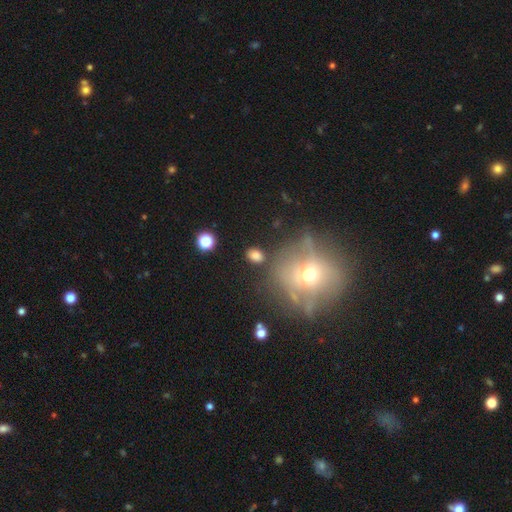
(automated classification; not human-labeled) smooth_or_featured: smooth (p=0.78) [alt: star or artifact p=0.13]
how_rounded: in between (p=0.68) [alt: round p=0.30]
merging: none (p=0.79) [alt: minor disturbance p=0.11]